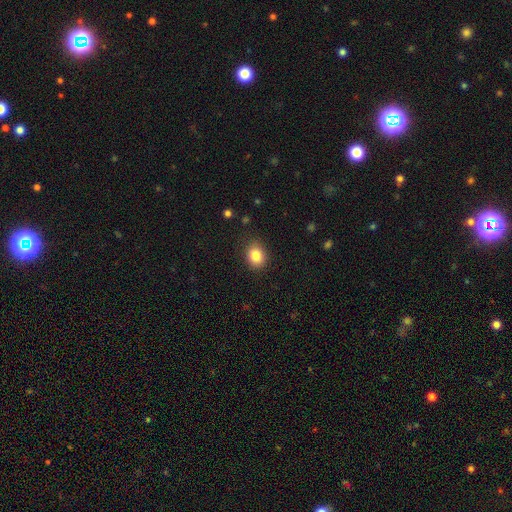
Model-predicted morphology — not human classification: This is clearly a smooth galaxy (85%). How rounded: possibly round (52%). Merging: clearly none (86%).